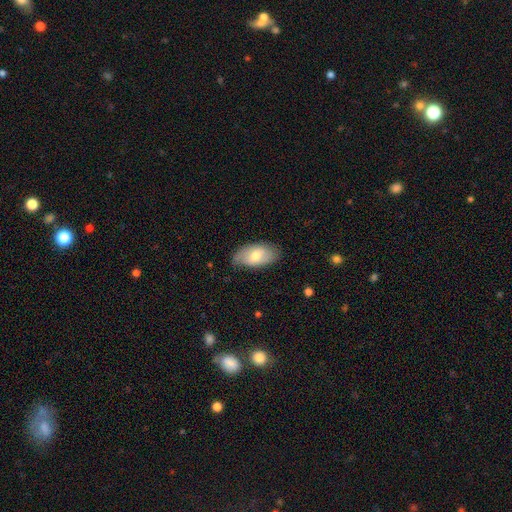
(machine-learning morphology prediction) Smooth or featured? Predicted: smooth (p=0.63). How rounded? Predicted: in between (p=0.94). Merging? Predicted: none (p=0.74).